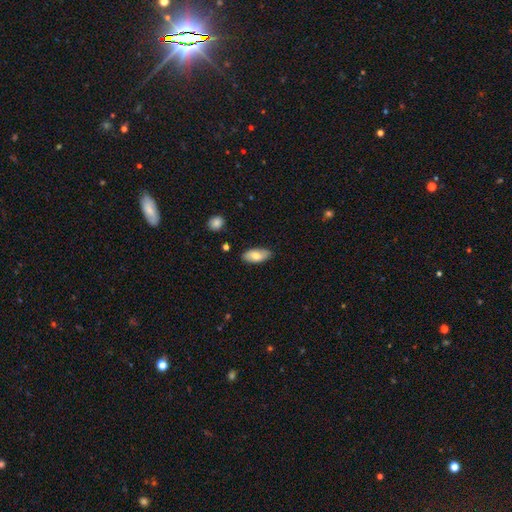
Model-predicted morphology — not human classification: The model was most divided on "smooth or featured": smooth: 74%, featured or disk: 20%, star or artifact: 6%. More confident: how rounded — in between (91%); merging — none (85%).